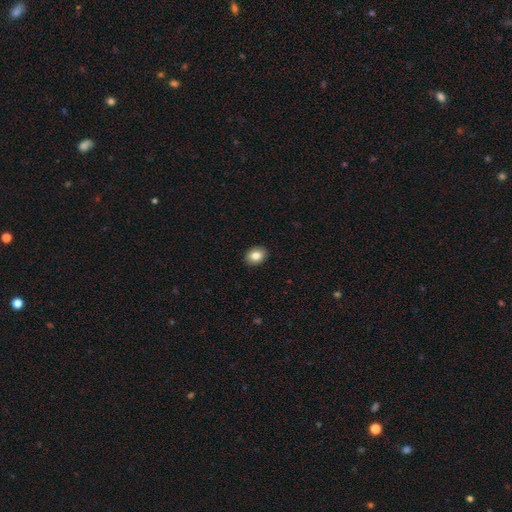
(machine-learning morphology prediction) type=smooth (83%); roundness=in between (64%); merging=none (91%).